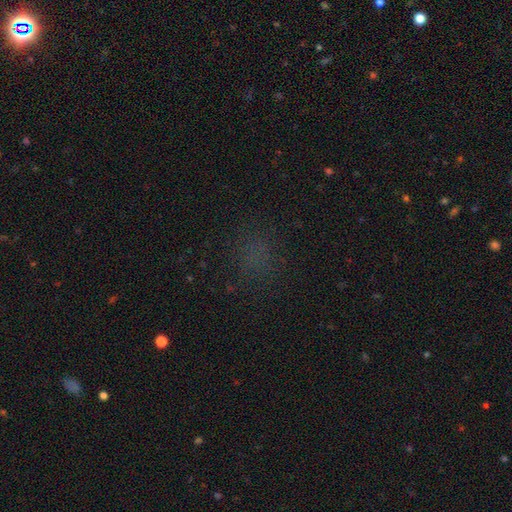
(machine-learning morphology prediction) Overall: smooth (51%; star or artifact 40%). How rounded: round (76%). Merging: none (81%).